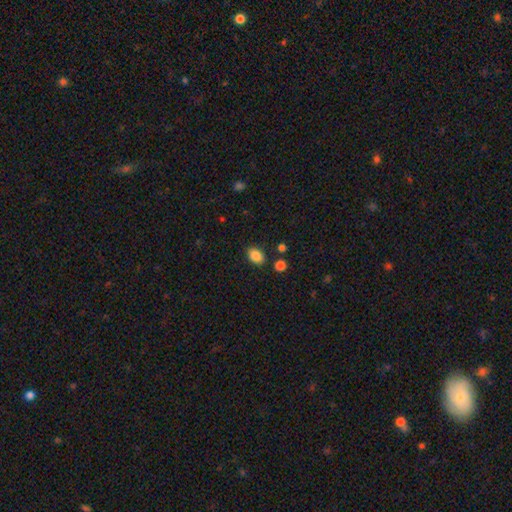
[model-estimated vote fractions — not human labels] smooth 86%, star or artifact 9%, featured or disk 5%. Down the decision tree: how rounded — in between (78%); merging — none (84%).